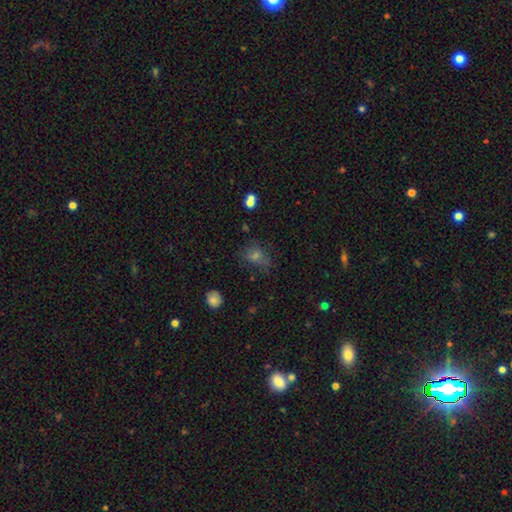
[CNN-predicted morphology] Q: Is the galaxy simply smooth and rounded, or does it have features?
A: smooth — 57%.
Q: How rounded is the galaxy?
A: round — 50%.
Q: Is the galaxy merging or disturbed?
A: none — 63%.